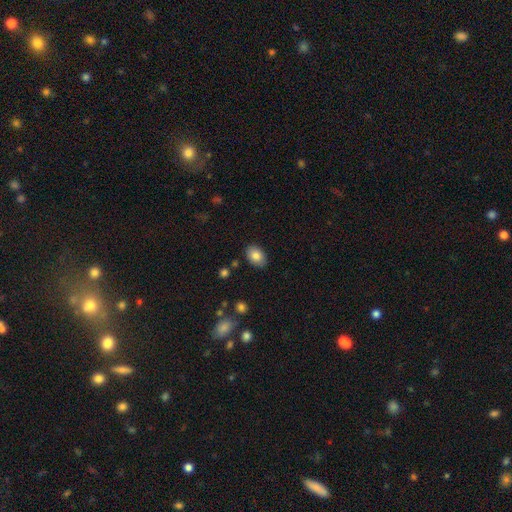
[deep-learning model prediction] Q: Smooth or featured?
A: smooth (84%); runner-up: featured or disk (9%)
Q: How rounded?
A: in between (82%); runner-up: round (17%)
Q: Merging?
A: none (86%); runner-up: minor disturbance (10%)